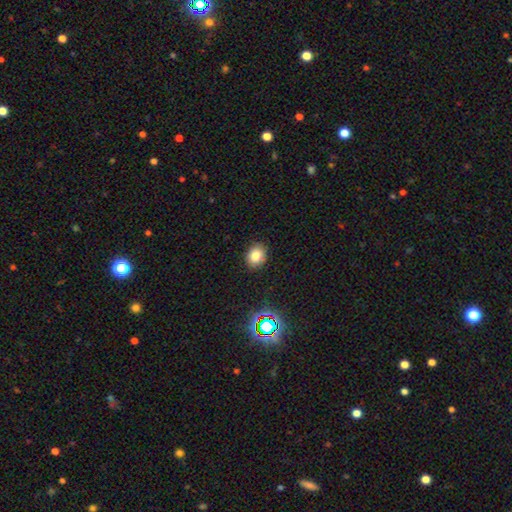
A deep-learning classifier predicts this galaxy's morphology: Smooth or featured: smooth — 79% (star or artifact — 14%)
How rounded: round — 52% (in between — 48%)
Merging: none — 87% (minor disturbance — 9%)